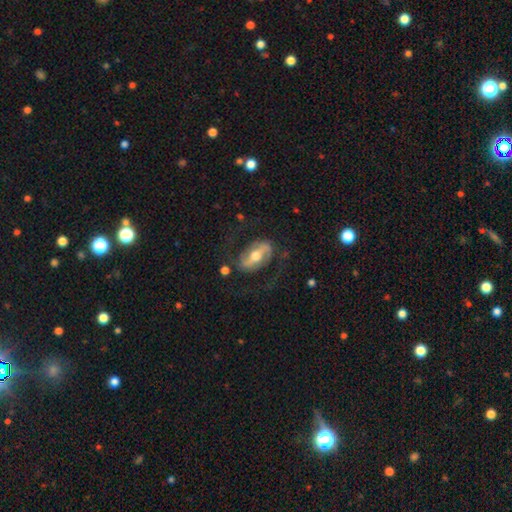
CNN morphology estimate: smooth-or-featured: featured or disk: 76% | smooth: 19% | star or artifact: 5%
  disk-edge-on: no: 92% | yes: 8%
    bar: strong: 55% | weak: 30% | no: 15%
    has-spiral-arms: yes: 83% | no: 17%
      spiral-winding: loose: 43% | medium: 42% | tight: 15%
      spiral-arm-count: 2: 89% | can't tell: 5% | 1: 3% | 3: 1% | 4: 1% | more than 4: 1%
    bulge-size: moderate: 72% | small: 14% | large: 12% | dominant: 1% | none: 1%
  merging: none: 68% | major disturbance: 16% | minor disturbance: 15% | merger: 2%